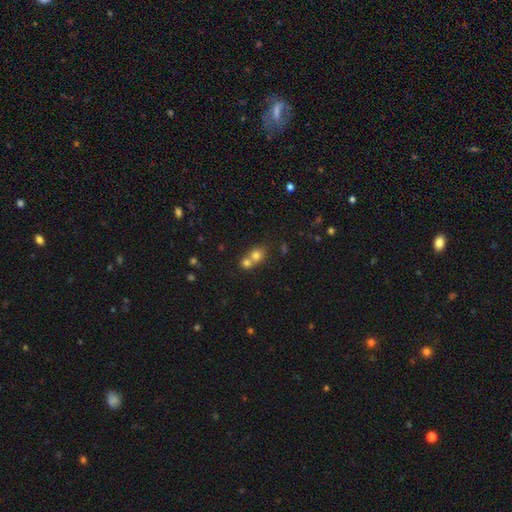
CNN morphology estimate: smooth 75%, star or artifact 12%, featured or disk 12%. Down the decision tree: how rounded — round (75%); merging — merger (62%).